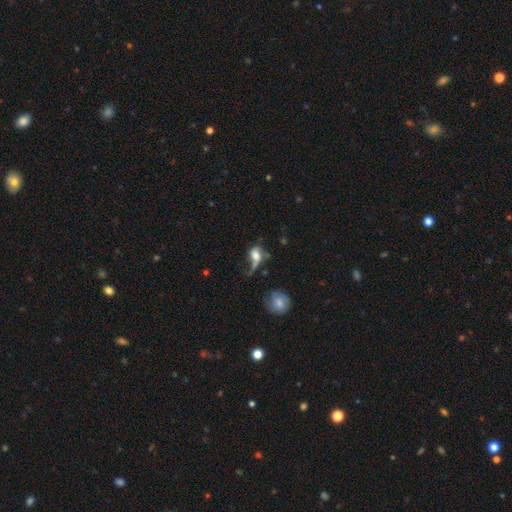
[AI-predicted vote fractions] A featured or disk galaxy (49%). Merging: major disturbance (45%).